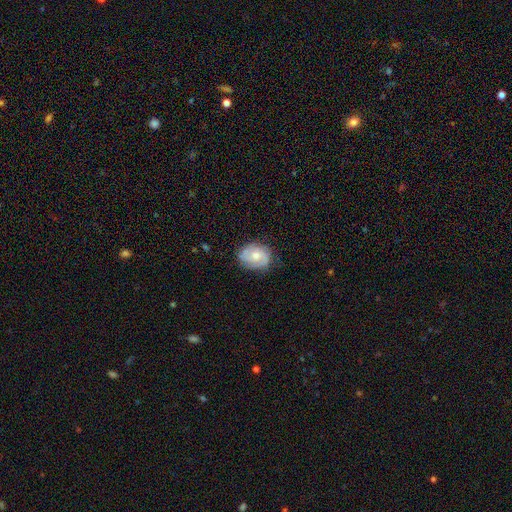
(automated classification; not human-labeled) Smooth or featured? Predicted: featured or disk (p=0.56). Edge-on disk? Predicted: no (p=0.97). Bar? Predicted: no (p=0.69). Spiral arms? Predicted: yes (p=0.84). Bulge size? Predicted: moderate (p=0.59). Merging? Predicted: none (p=0.71).